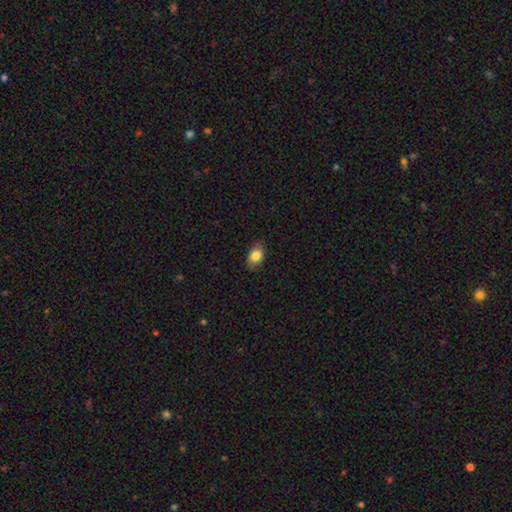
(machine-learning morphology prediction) This appears to be a smooth galaxy with no disk features (84%) that is in between round and cigar-shaped (85%). Merging: none (84%).